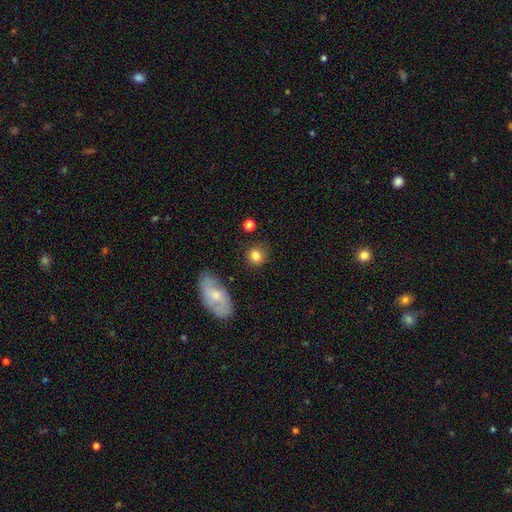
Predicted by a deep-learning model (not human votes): The model was most divided on "merging": none: 82%, minor disturbance: 11%, major disturbance: 3%, merger: 3%. More confident: how rounded — round (85%); smooth or featured — smooth (81%).